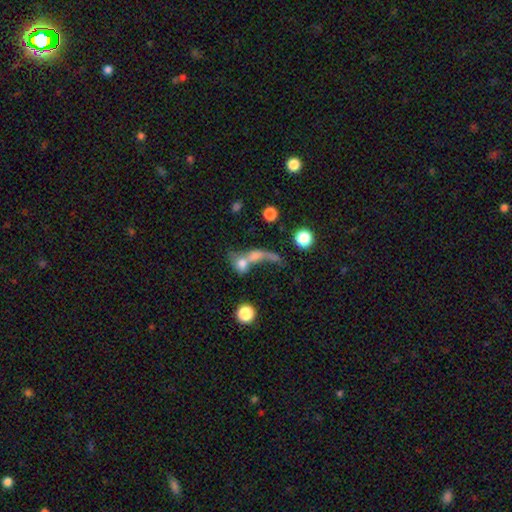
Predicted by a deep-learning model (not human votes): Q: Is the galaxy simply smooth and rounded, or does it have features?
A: smooth — 54%.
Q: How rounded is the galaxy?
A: in between — 46%.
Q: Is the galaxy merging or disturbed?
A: merger — 63%.